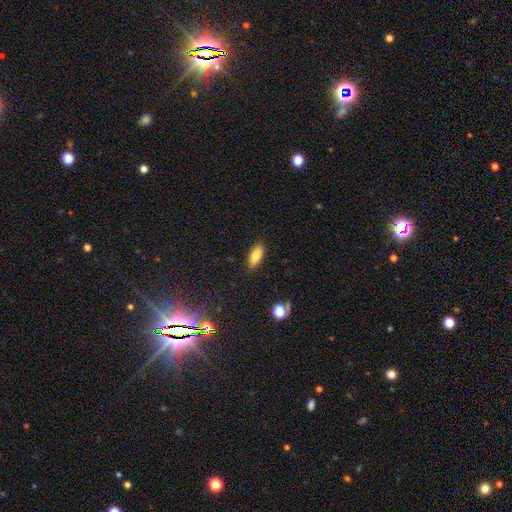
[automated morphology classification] Q: Smooth or featured?
A: smooth (82%); runner-up: featured or disk (9%)
Q: How rounded?
A: in between (83%); runner-up: cigar-shaped (15%)
Q: Merging?
A: none (88%); runner-up: minor disturbance (9%)